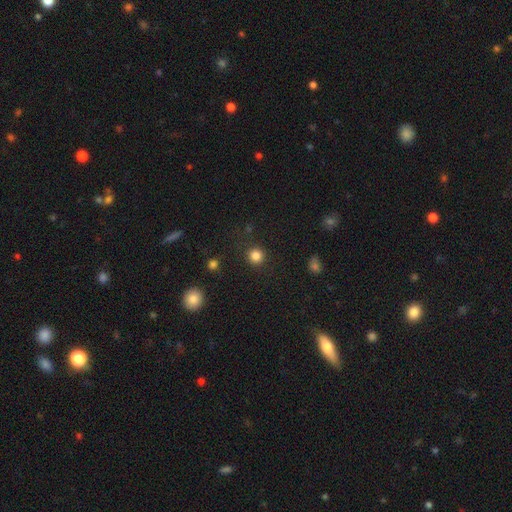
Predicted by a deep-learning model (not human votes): smooth 84%, star or artifact 12%, featured or disk 4%. Down the decision tree: how rounded — round (93%); merging — none (90%).